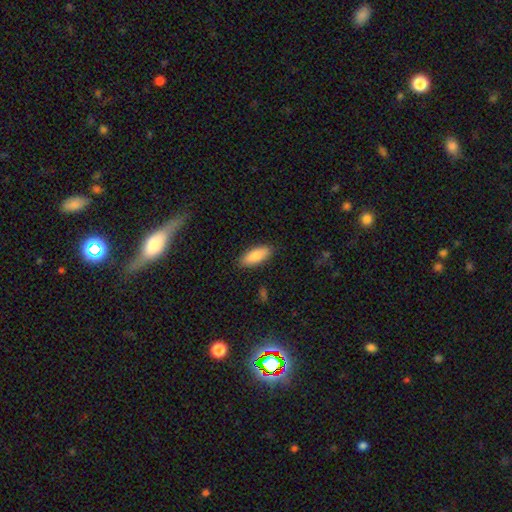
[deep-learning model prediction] Q: Smooth or featured?
A: smooth (84%); runner-up: featured or disk (10%)
Q: How rounded?
A: in between (80%); runner-up: cigar-shaped (18%)
Q: Merging?
A: none (87%); runner-up: minor disturbance (10%)